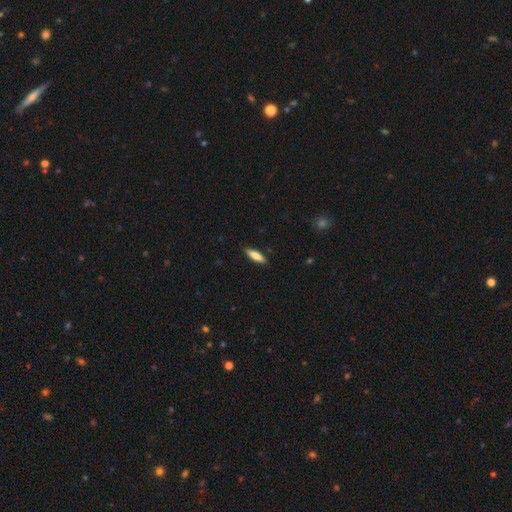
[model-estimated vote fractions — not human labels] A smooth galaxy with no disk features (78%) that is cigar-shaped (61%). Merging: none (88%).